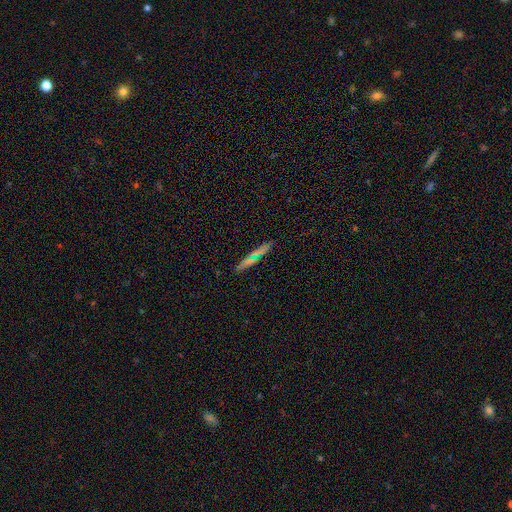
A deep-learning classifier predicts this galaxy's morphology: Q: Smooth or featured?
A: smooth (63%); runner-up: featured or disk (23%)
Q: How rounded?
A: cigar-shaped (84%); runner-up: in between (13%)
Q: Merging?
A: none (86%); runner-up: minor disturbance (10%)